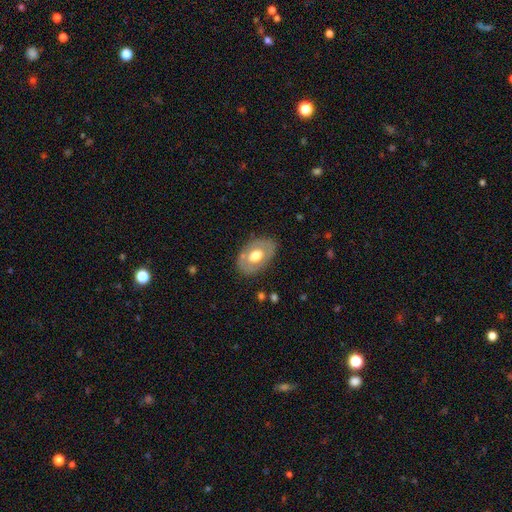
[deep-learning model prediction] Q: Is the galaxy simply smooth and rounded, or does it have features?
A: featured or disk — 48%.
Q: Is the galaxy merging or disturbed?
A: none — 80%.